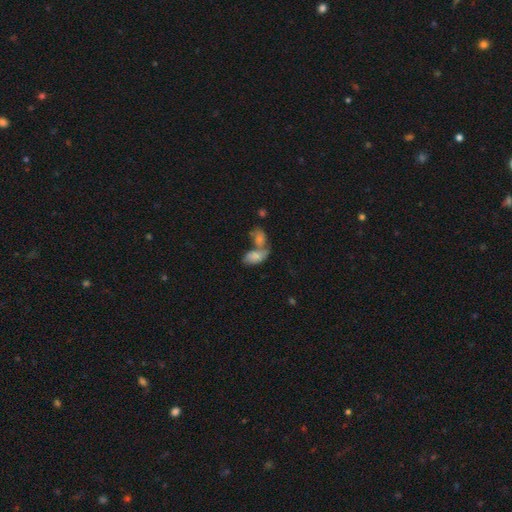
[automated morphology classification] This appears to be a smooth galaxy with no disk features (76%) that is in between round and cigar-shaped (91%). Merging: merger (62%).